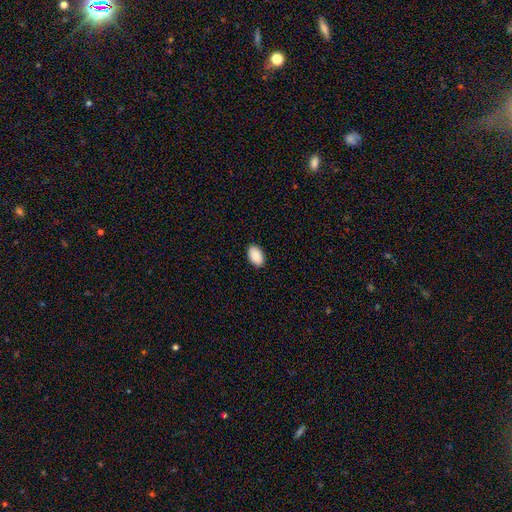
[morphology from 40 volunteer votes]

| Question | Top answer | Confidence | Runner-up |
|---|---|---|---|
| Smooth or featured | smooth | 82% | star or artifact (12%) |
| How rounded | in between | 100% | — |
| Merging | none | 100% | — |